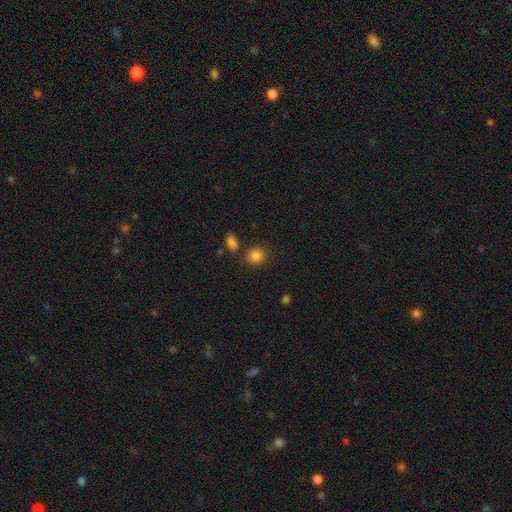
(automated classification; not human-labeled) smooth-or-featured: smooth: 85% | star or artifact: 11% | featured or disk: 5%
  how-rounded: round: 77% | in between: 22% | cigar-shaped: 1%
  merging: none: 81% | minor disturbance: 9% | merger: 7% | major disturbance: 3%